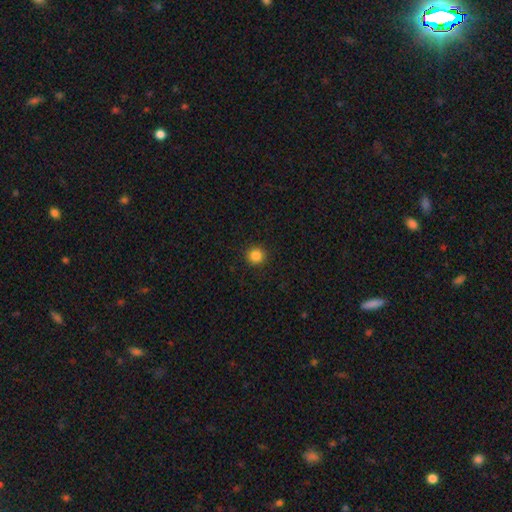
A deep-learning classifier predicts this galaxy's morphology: Q: Smooth or featured?
A: smooth (85%); runner-up: star or artifact (11%)
Q: How rounded?
A: round (94%); runner-up: in between (5%)
Q: Merging?
A: none (92%); runner-up: minor disturbance (6%)